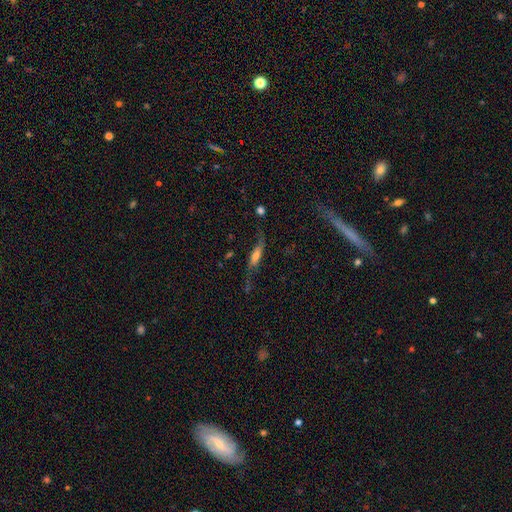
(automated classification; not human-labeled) A featured or disk galaxy (61%) viewed edge-on (51%).

Vote fractions:
- Smooth or featured? featured or disk: 61% / smooth: 29% / star or artifact: 10%
- Edge-on disk? yes: 51% / no: 49%
- Merging? none: 60% / minor disturbance: 21% / major disturbance: 15% / merger: 4%